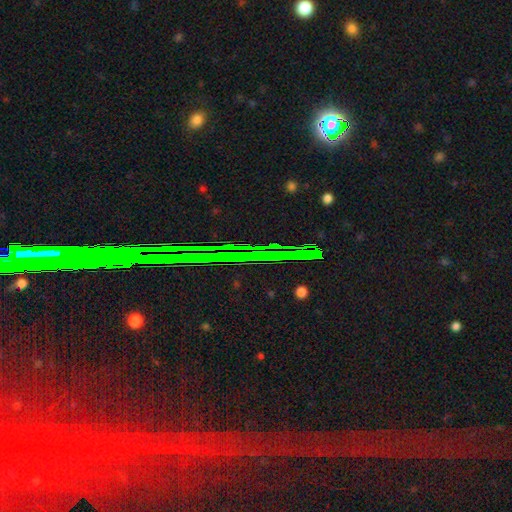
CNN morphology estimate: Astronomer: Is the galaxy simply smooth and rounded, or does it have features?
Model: star or artifact — 81%.